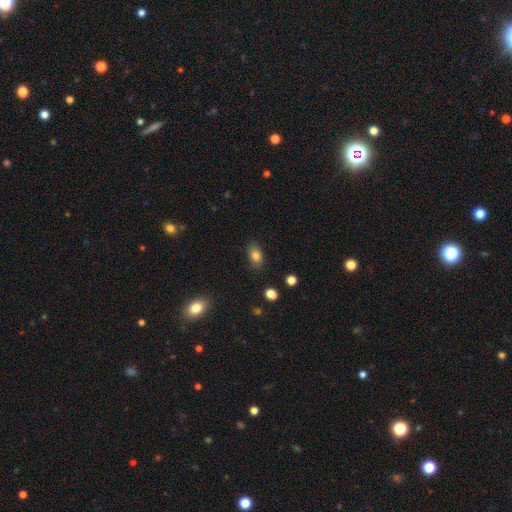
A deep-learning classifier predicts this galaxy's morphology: Q: Smooth or featured?
A: smooth (81%); runner-up: star or artifact (10%)
Q: How rounded?
A: in between (85%); runner-up: round (13%)
Q: Merging?
A: none (85%); runner-up: minor disturbance (11%)